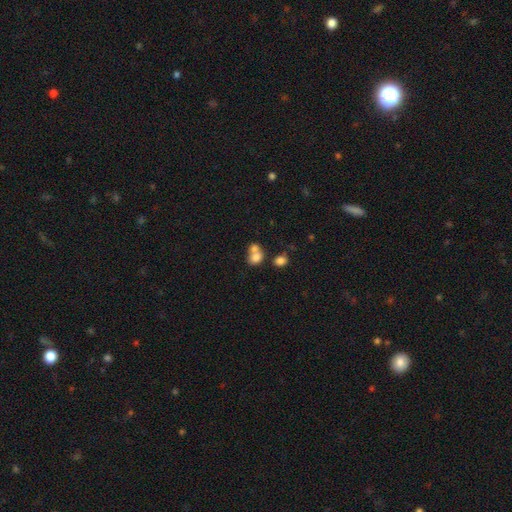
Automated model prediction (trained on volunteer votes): Smooth or featured?
  - smooth: 75% *
  - featured or disk: 14%
  - star or artifact: 11%
How rounded?
  - round: 51% *
  - in between: 48%
  - cigar-shaped: 1%
Merging?
  - merger: 63% *
  - none: 26%
  - minor disturbance: 7%
  - major disturbance: 4%